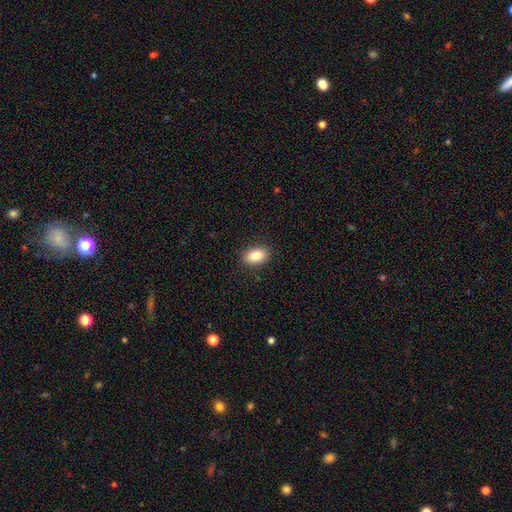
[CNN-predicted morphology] smooth-or-featured: smooth: 86% | star or artifact: 8% | featured or disk: 6%
  how-rounded: in between: 87% | round: 11% | cigar-shaped: 2%
  merging: none: 88% | minor disturbance: 9% | major disturbance: 2% | merger: 1%